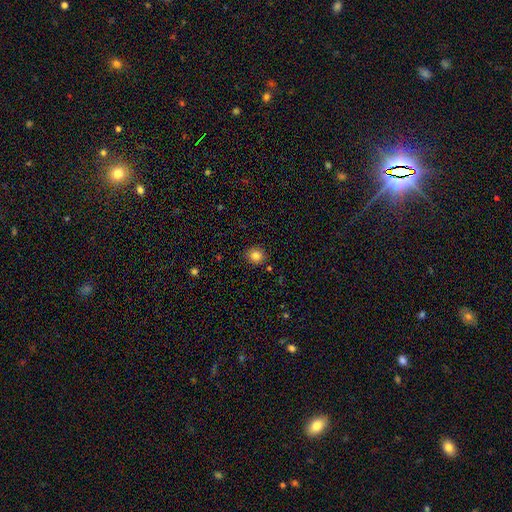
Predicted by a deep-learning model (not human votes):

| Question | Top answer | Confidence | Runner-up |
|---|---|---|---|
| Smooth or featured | smooth | 82% | star or artifact (12%) |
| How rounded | round | 86% | in between (13%) |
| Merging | none | 88% | minor disturbance (8%) |